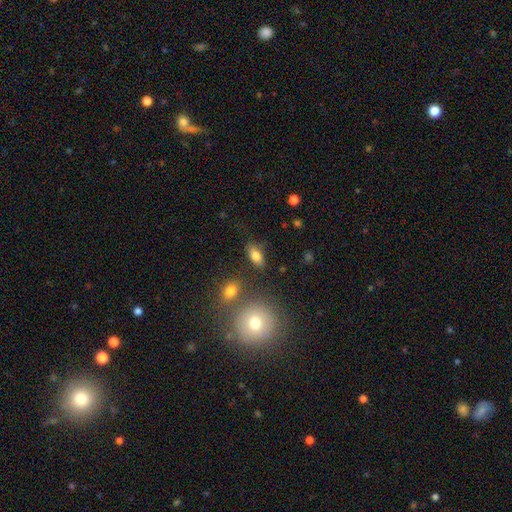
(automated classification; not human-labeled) smooth-or-featured: smooth: 76% | featured or disk: 14% | star or artifact: 10%
  how-rounded: in between: 85% | cigar-shaped: 8% | round: 7%
  merging: none: 77% | minor disturbance: 13% | merger: 5% | major disturbance: 4%